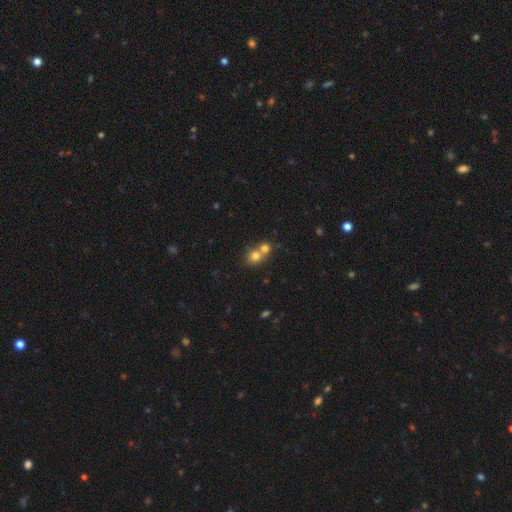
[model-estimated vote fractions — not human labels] Smooth or featured?
  - smooth: 75% *
  - star or artifact: 13%
  - featured or disk: 12%
How rounded?
  - round: 78% *
  - in between: 21%
  - cigar-shaped: 1%
Merging?
  - merger: 59% *
  - none: 34%
  - minor disturbance: 5%
  - major disturbance: 2%